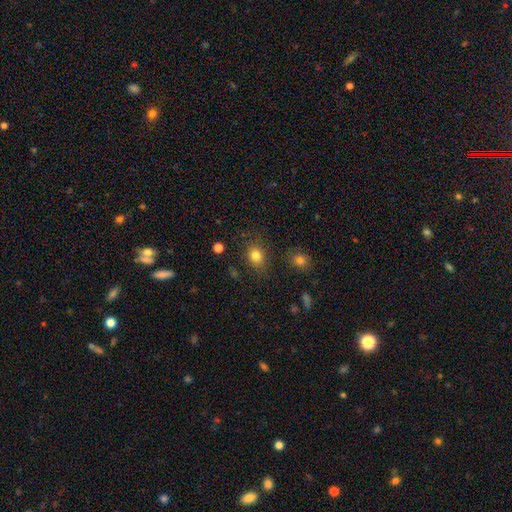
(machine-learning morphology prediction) Smooth or featured: smooth — 81% (star or artifact — 12%)
How rounded: round — 55% (in between — 44%)
Merging: none — 80% (minor disturbance — 13%)